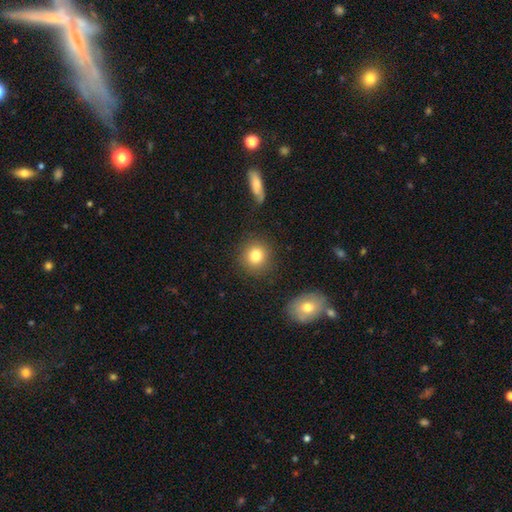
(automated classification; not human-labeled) Overall: smooth (81%). How rounded: round (90%). Merging: none (87%).